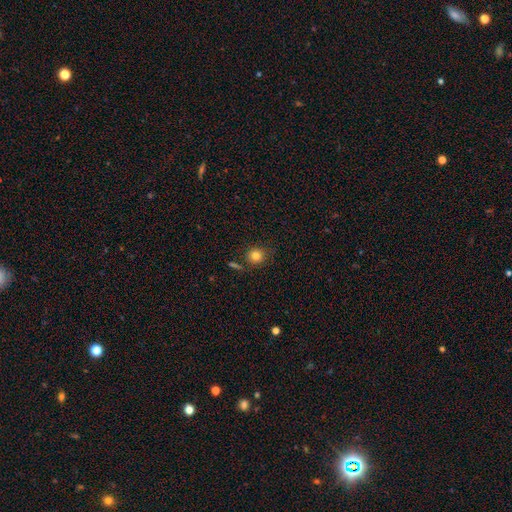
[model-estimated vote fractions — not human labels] Smooth or featured? smooth (81%)
How rounded? round (87%)
Merging? none (81%)